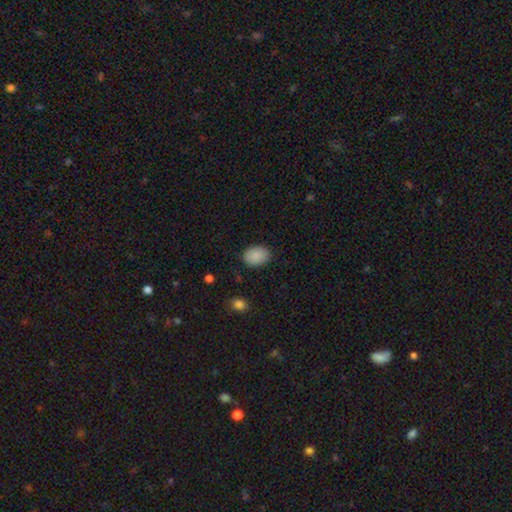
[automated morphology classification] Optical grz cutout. It shows a smooth galaxy with no disk features (89%) that is in between round and cigar-shaped (80%). Merging: none (87%).